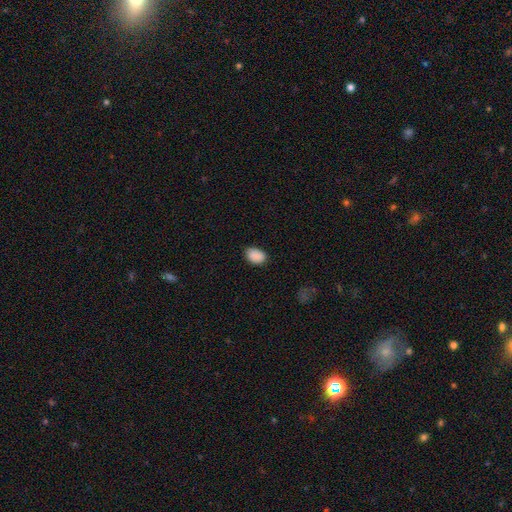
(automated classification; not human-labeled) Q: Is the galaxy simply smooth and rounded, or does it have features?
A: smooth — 90%.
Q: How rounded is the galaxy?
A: in between — 81%.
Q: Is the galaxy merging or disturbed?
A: none — 80%.